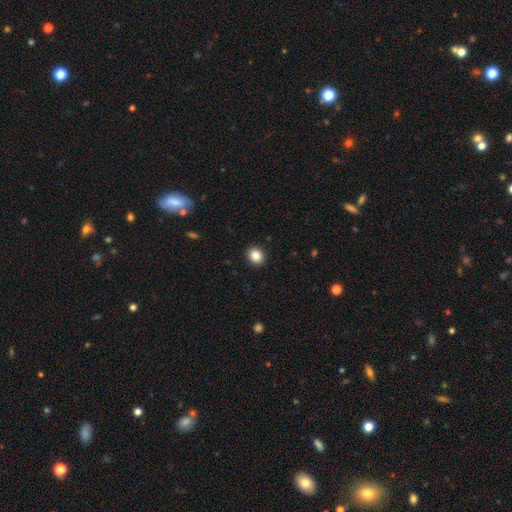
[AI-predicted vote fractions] smooth_or_featured: smooth (p=0.86) [alt: star or artifact p=0.10]
how_rounded: round (p=0.71) [alt: in between p=0.28]
merging: none (p=0.92) [alt: minor disturbance p=0.05]